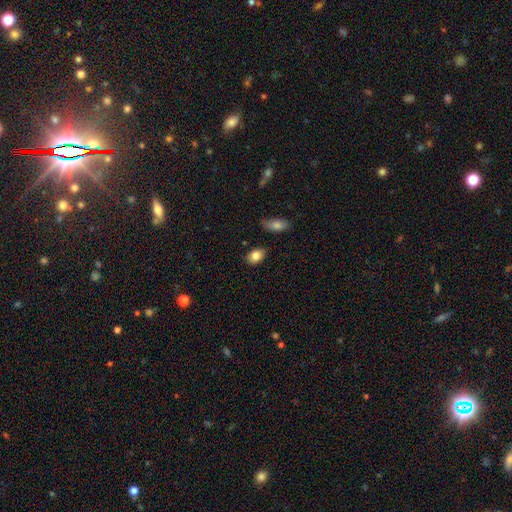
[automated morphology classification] This appears to be a smooth galaxy with no disk features (83%) that is in between round and cigar-shaped (82%). Merging: none (83%).